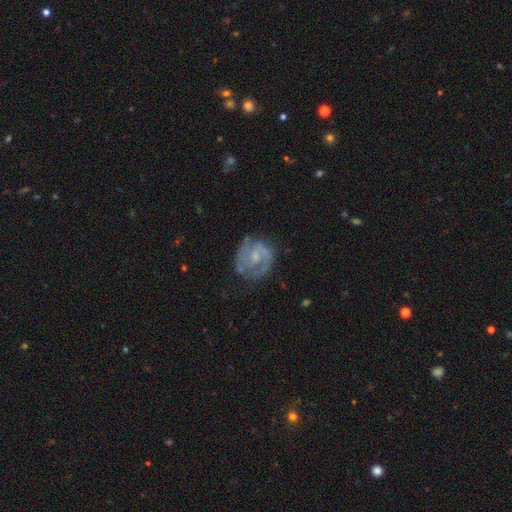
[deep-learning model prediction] Q: Smooth or featured?
A: featured or disk (75%); runner-up: smooth (18%)
Q: Edge-on disk?
A: no (98%); runner-up: yes (2%)
Q: Bar?
A: weak (47%); runner-up: no (43%)
Q: Spiral arms?
A: yes (85%); runner-up: no (15%)
Q: Spiral winding?
A: medium (46%); runner-up: tight (38%)
Q: Spiral arm count?
A: 2 (68%); runner-up: can't tell (17%)
Q: Bulge size?
A: small (51%); runner-up: moderate (34%)
Q: Merging?
A: none (66%); runner-up: minor disturbance (21%)